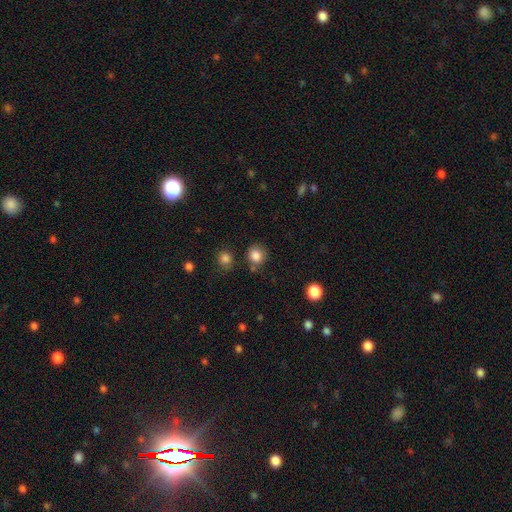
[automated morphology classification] This is clearly a smooth galaxy (85%). How rounded: clearly round (85%). Merging: likely none (78%).